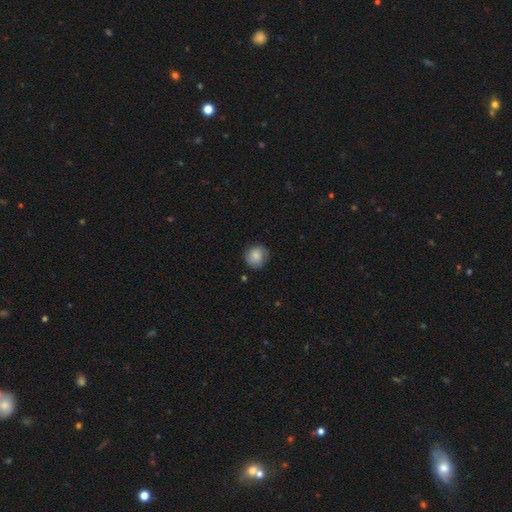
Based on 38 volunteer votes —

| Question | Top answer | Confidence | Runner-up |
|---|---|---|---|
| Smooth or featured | smooth | 68% | featured or disk (24%) |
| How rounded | round | 92% | in between (8%) |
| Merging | none | 86% | minor disturbance (9%) |